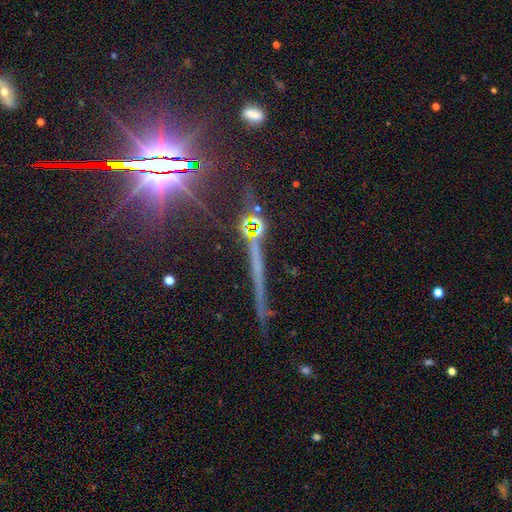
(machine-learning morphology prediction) type=star or artifact (48%).